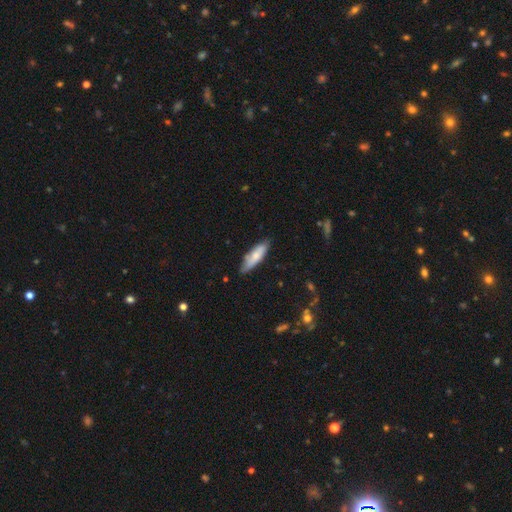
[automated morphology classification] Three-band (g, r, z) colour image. It shows a smooth galaxy with no disk features (71%) that is cigar-shaped (56%). Merging: none (78%).